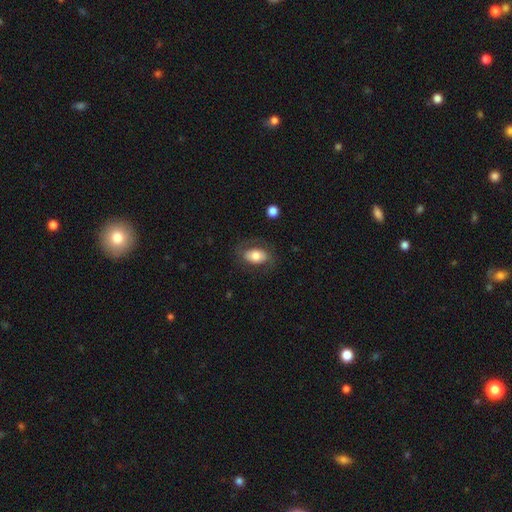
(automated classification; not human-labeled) A smooth galaxy with no disk features (67%) that is in between round and cigar-shaped (88%). Merging: none (70%).